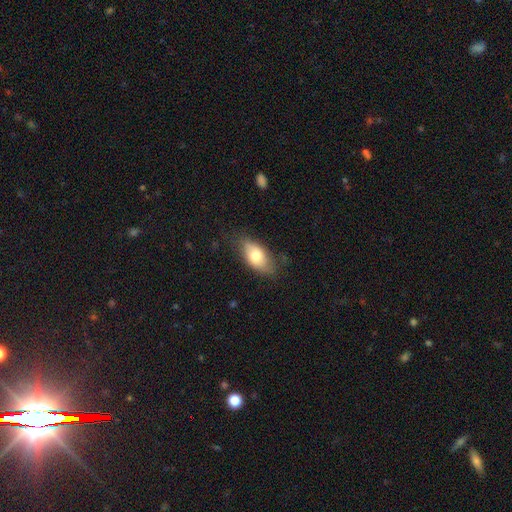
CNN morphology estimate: smooth-or-featured: smooth: 71% | featured or disk: 22% | star or artifact: 6%
  how-rounded: in between: 90% | cigar-shaped: 5% | round: 5%
  merging: none: 69% | minor disturbance: 23% | major disturbance: 6% | merger: 1%